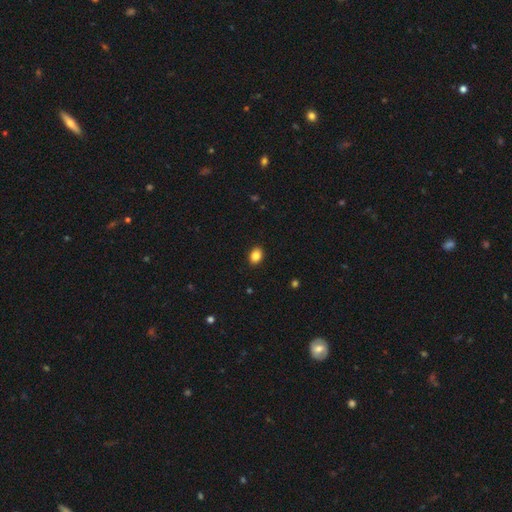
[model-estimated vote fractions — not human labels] Smooth or featured? Predicted: smooth (p=0.87). How rounded? Predicted: in between (p=0.73). Merging? Predicted: none (p=0.90).